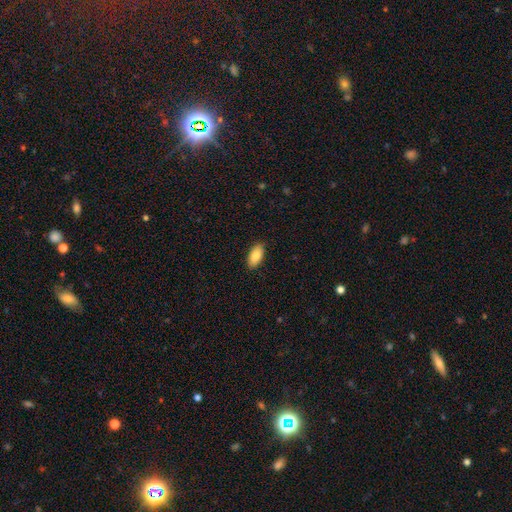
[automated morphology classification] Smooth or featured? Predicted: smooth (p=0.87). How rounded? Predicted: in between (p=0.91). Merging? Predicted: none (p=0.90).